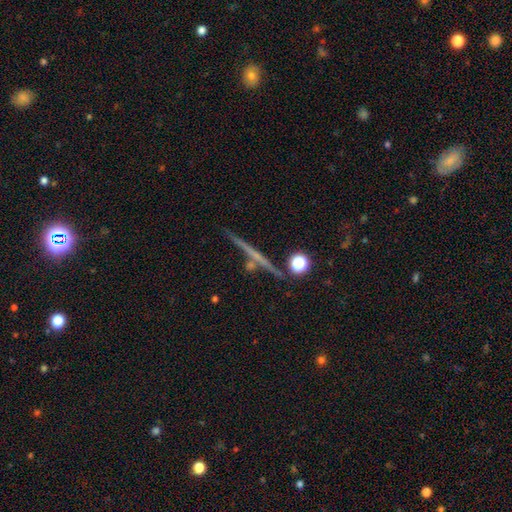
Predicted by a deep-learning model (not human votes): Smooth or featured? featured or disk (62%)
Edge-on disk? yes (97%)
Edge-on bulge? none (77%)
Merging? none (84%)